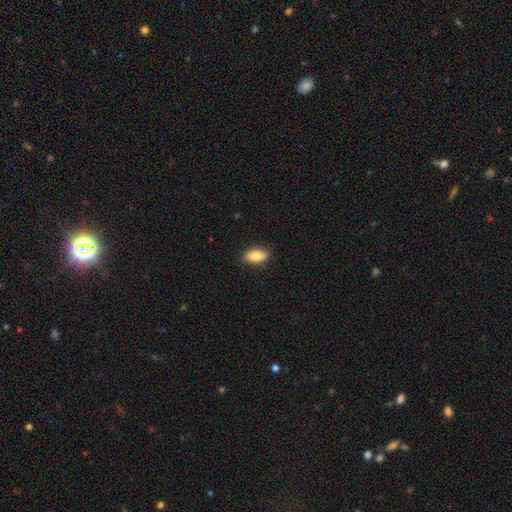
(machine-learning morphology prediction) smooth-or-featured: smooth: 78% | featured or disk: 15% | star or artifact: 7%
  how-rounded: in between: 81% | cigar-shaped: 16% | round: 3%
  merging: none: 86% | minor disturbance: 11% | major disturbance: 2% | merger: 1%